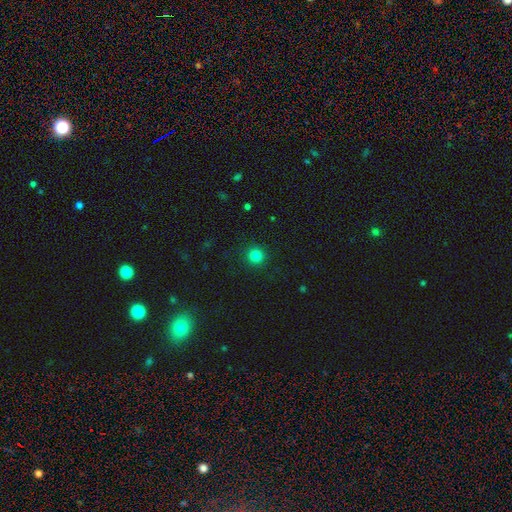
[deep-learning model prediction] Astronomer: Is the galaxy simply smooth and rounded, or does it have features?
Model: smooth — 83%.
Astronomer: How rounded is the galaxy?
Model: round — 95%.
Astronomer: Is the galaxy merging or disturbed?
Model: none — 92%.